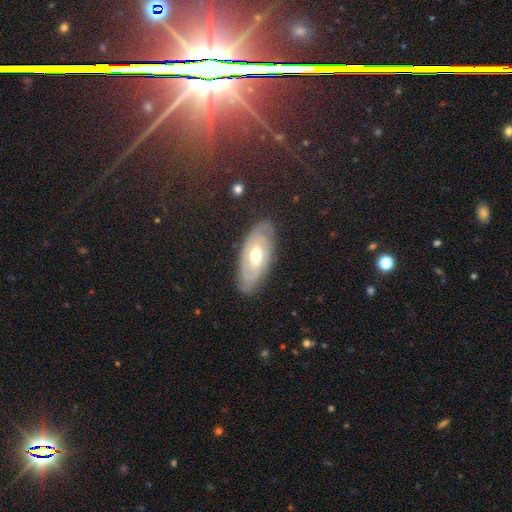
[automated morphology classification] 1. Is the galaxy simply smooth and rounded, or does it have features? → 76% featured or disk, 18% smooth, 6% star or artifact.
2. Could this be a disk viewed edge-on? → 87% no, 13% yes.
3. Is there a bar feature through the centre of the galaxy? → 58% no, 32% weak, 10% strong.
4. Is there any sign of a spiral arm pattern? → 72% yes, 28% no.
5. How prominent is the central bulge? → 75% moderate, 18% small, 6% large, 1% dominant, 1% none.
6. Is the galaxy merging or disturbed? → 82% none, 13% minor disturbance, 4% major disturbance, 1% merger.